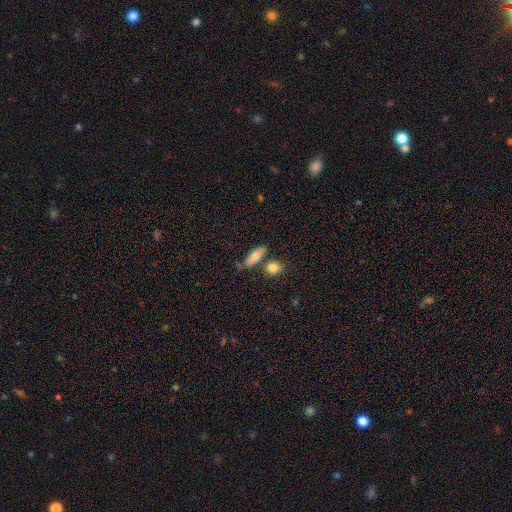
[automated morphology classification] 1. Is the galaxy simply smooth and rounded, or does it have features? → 72% smooth, 21% featured or disk, 7% star or artifact.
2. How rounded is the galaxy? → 69% in between, 23% cigar-shaped, 8% round.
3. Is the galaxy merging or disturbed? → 58% none, 20% merger, 16% minor disturbance, 6% major disturbance.